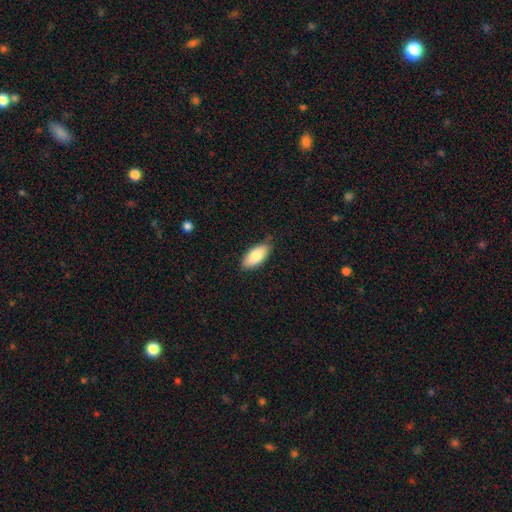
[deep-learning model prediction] Q: Smooth or featured?
A: smooth (83%); runner-up: featured or disk (11%)
Q: How rounded?
A: in between (89%); runner-up: cigar-shaped (9%)
Q: Merging?
A: none (80%); runner-up: minor disturbance (16%)